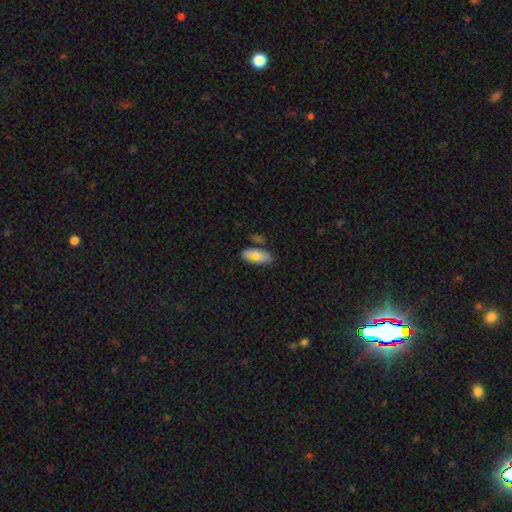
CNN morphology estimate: This is likely a smooth galaxy (75%). How rounded: clearly in between (84%). Merging: likely none (61%).